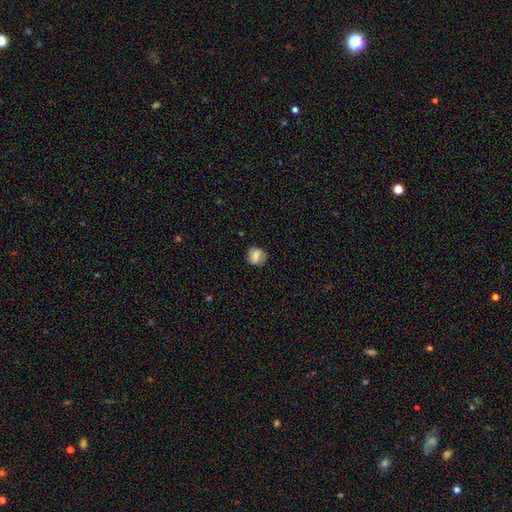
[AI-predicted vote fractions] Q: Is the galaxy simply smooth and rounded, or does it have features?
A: smooth — 64%.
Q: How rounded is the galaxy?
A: round — 75%.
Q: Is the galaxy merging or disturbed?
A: none — 76%.